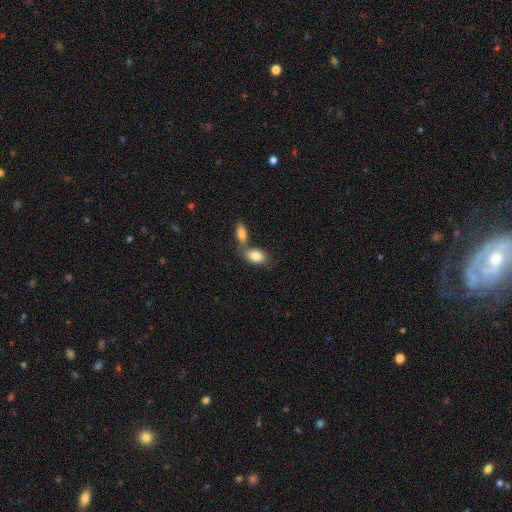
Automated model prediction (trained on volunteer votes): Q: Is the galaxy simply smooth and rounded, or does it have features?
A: smooth — 82%.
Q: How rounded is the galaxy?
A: in between — 89%.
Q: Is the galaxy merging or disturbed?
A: merger — 43%, tied with none.